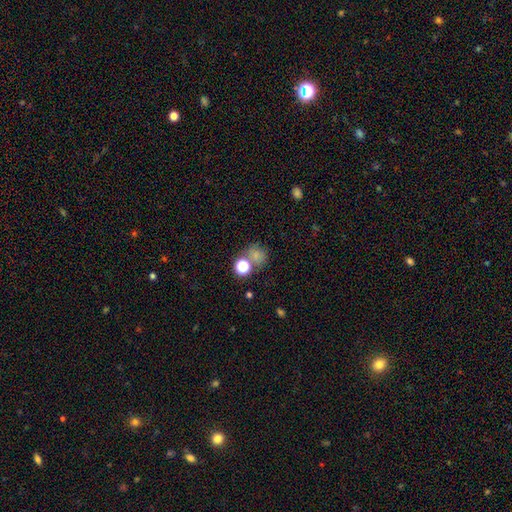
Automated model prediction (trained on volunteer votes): Morphology: type=smooth (69%); roundness=round (77%); merging=none (55%).